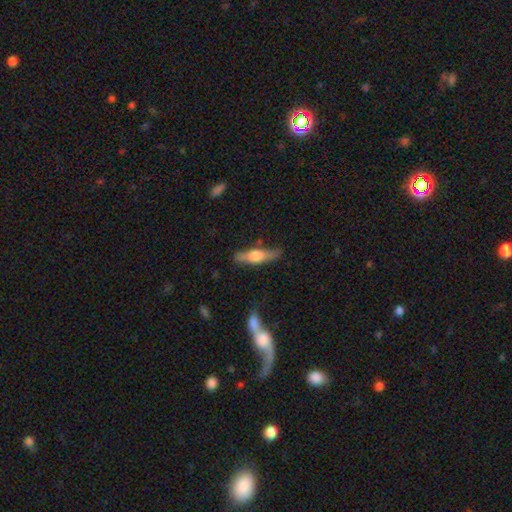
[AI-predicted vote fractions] A featured or disk galaxy (50%).

Vote fractions:
- Smooth or featured? featured or disk: 50% / smooth: 45% / star or artifact: 6%
- Merging? none: 78% / minor disturbance: 16% / major disturbance: 4% / merger: 2%